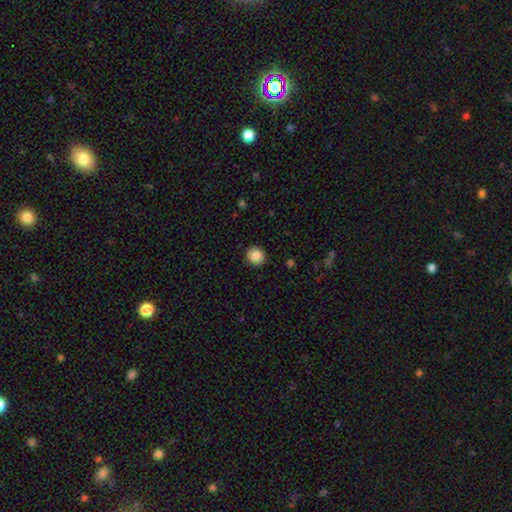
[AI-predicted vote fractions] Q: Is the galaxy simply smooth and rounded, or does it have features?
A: smooth — 86%.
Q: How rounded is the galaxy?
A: round — 93%.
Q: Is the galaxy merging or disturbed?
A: none — 91%.